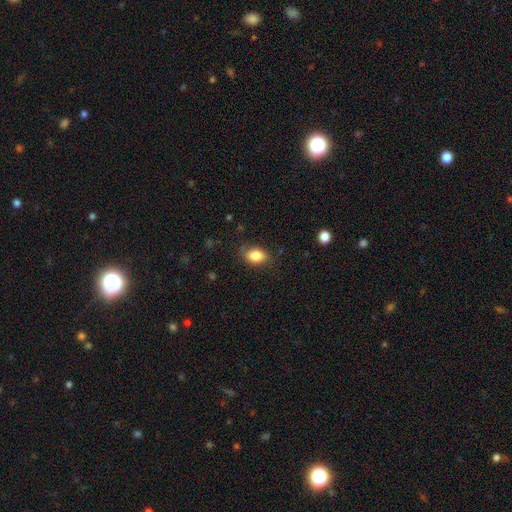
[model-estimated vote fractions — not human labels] Smooth or featured?
  - smooth: 85% *
  - star or artifact: 8%
  - featured or disk: 7%
How rounded?
  - in between: 78% *
  - round: 21%
  - cigar-shaped: 2%
Merging?
  - none: 78% *
  - minor disturbance: 17%
  - major disturbance: 4%
  - merger: 1%